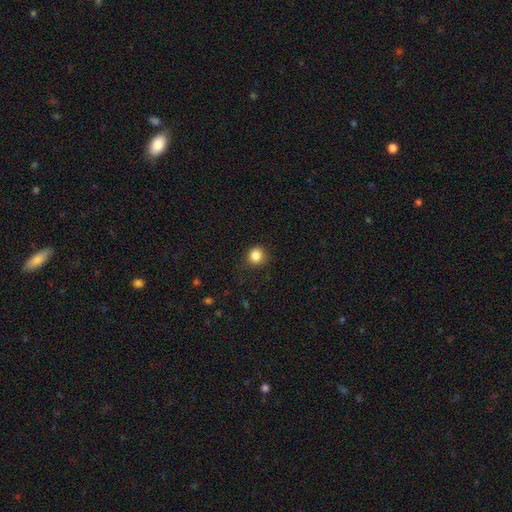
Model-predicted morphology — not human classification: Smooth or featured: smooth — 85% (star or artifact — 11%)
How rounded: round — 88% (in between — 11%)
Merging: none — 87% (minor disturbance — 9%)